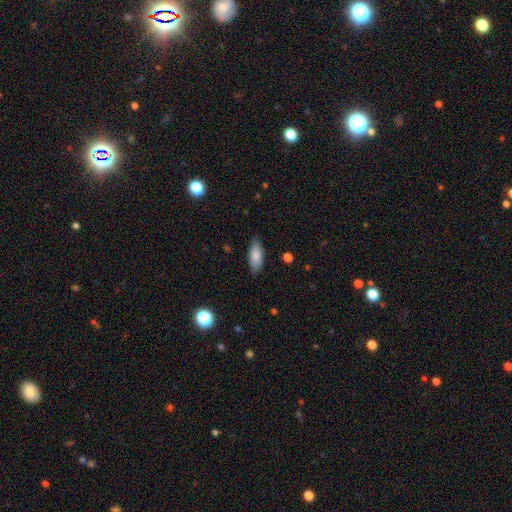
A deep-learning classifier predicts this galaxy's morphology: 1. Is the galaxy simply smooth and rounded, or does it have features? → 84% smooth, 9% featured or disk, 6% star or artifact.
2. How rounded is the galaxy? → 79% in between, 19% cigar-shaped, 2% round.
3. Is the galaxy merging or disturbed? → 84% none, 12% minor disturbance, 2% major disturbance, 1% merger.